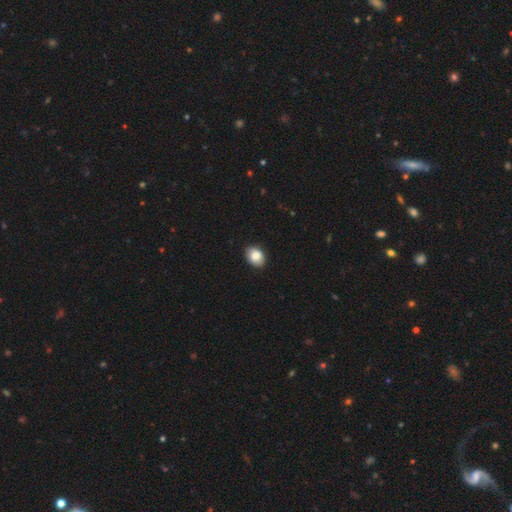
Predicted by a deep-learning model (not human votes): smooth_or_featured: smooth (p=0.86) [alt: star or artifact p=0.07]
how_rounded: in between (p=0.76) [alt: round p=0.23]
merging: none (p=0.88) [alt: minor disturbance p=0.09]